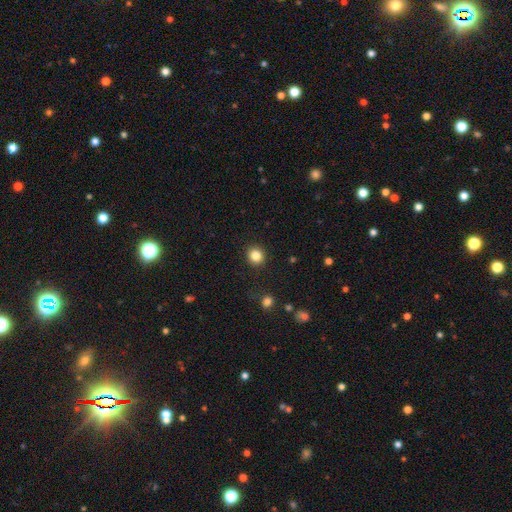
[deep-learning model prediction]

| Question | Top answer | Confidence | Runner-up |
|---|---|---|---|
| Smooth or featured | smooth | 84% | star or artifact (11%) |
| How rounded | round | 88% | in between (11%) |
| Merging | none | 91% | minor disturbance (6%) |